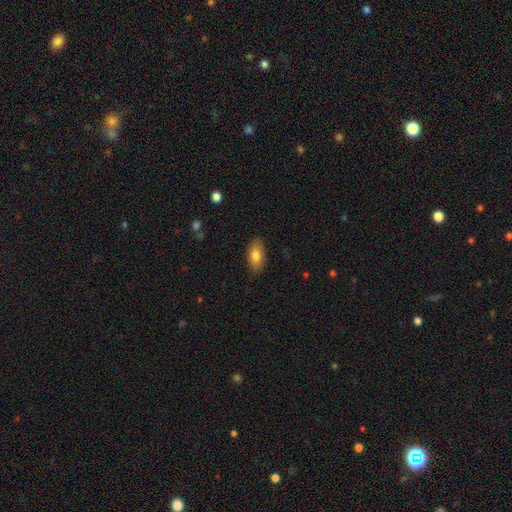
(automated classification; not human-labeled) Overall: smooth (81%). How rounded: in between (89%). Merging: none (86%).